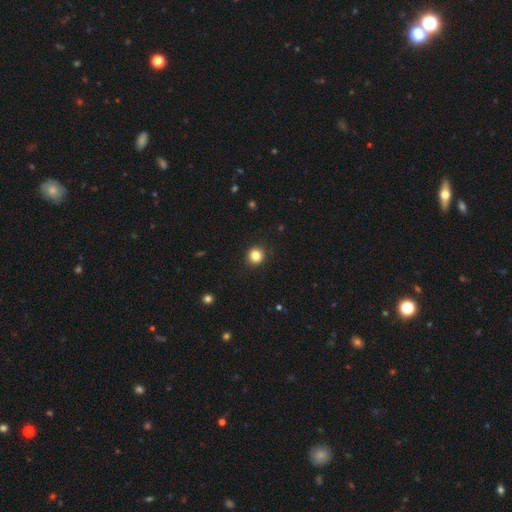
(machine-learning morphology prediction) This appears to be a smooth galaxy with no disk features (84%) that is round (93%). Merging: none (92%).